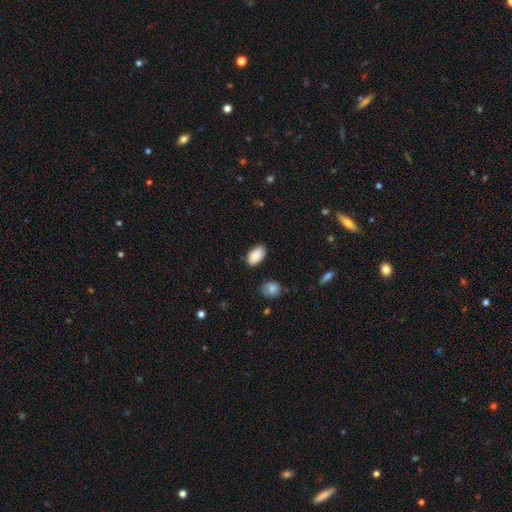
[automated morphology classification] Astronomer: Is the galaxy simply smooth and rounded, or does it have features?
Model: smooth — 89%.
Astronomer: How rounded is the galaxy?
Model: in between — 94%.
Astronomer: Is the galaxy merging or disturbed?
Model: none — 82%.